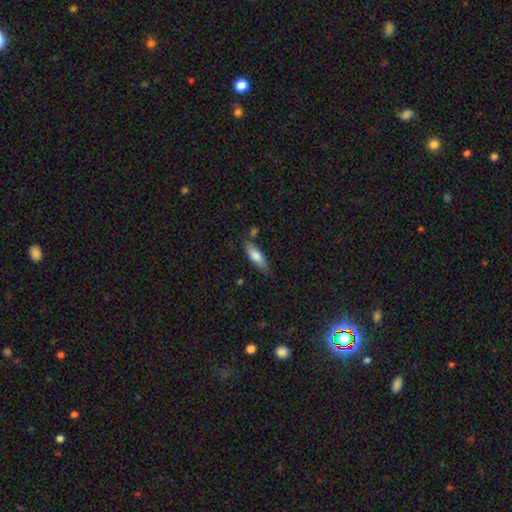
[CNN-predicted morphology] Smooth or featured: smooth — 76% (featured or disk — 18%)
How rounded: in between — 49% (tied with cigar-shaped — 49%)
Merging: none — 69% (minor disturbance — 19%)